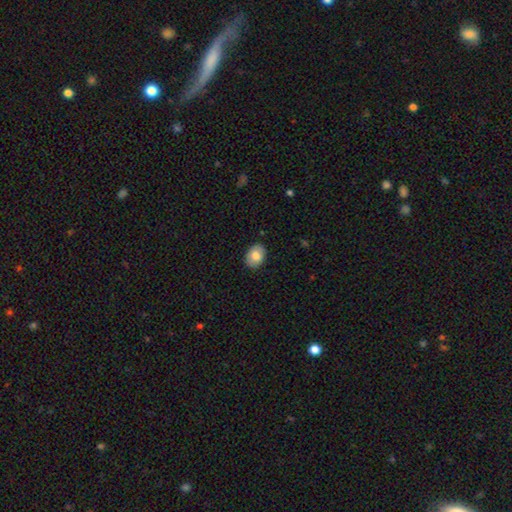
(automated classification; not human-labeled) smooth-or-featured: smooth: 76% | featured or disk: 17% | star or artifact: 7%
  how-rounded: in between: 77% | round: 22% | cigar-shaped: 1%
  merging: none: 87% | minor disturbance: 10% | major disturbance: 2% | merger: 1%